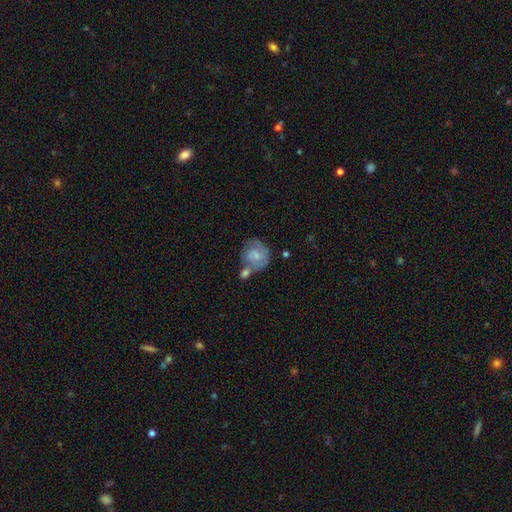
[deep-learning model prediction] The model was most divided on "merging": none: 38%, merger: 33%, minor disturbance: 19%, major disturbance: 9%. More confident: how rounded — round (74%); smooth or featured — smooth (55%).